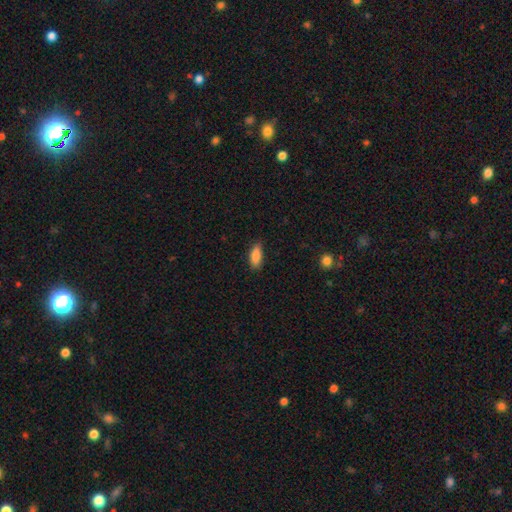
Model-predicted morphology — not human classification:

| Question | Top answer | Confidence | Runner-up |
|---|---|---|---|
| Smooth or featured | smooth | 86% | star or artifact (7%) |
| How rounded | in between | 78% | cigar-shaped (20%) |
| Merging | none | 82% | minor disturbance (14%) |